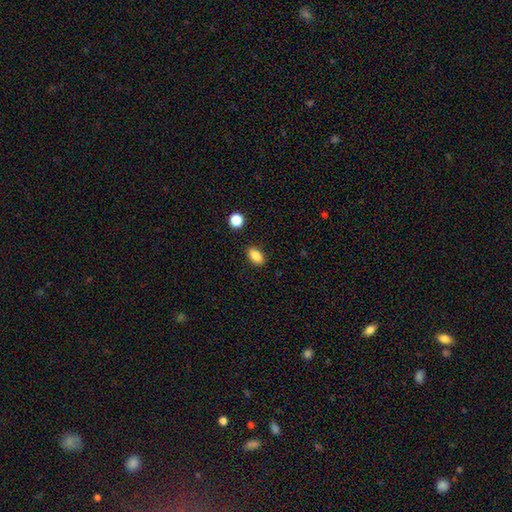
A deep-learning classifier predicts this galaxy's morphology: A smooth galaxy with no disk features (86%) that is in between round and cigar-shaped (88%).

Vote fractions:
- Smooth or featured? smooth: 86% / star or artifact: 9% / featured or disk: 5%
- How rounded? in between: 88% / round: 7% / cigar-shaped: 5%
- Merging? none: 87% / minor disturbance: 8% / major disturbance: 2% / merger: 2%